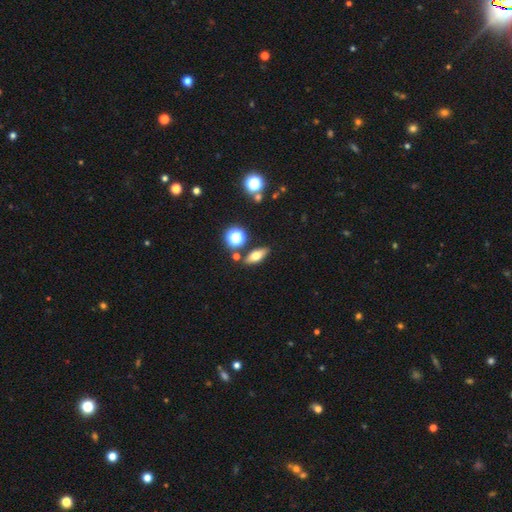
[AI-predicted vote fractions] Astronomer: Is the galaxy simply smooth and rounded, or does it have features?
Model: smooth — 58%.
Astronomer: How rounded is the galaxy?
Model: in between — 64%.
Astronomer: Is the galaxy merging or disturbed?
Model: none — 83%.